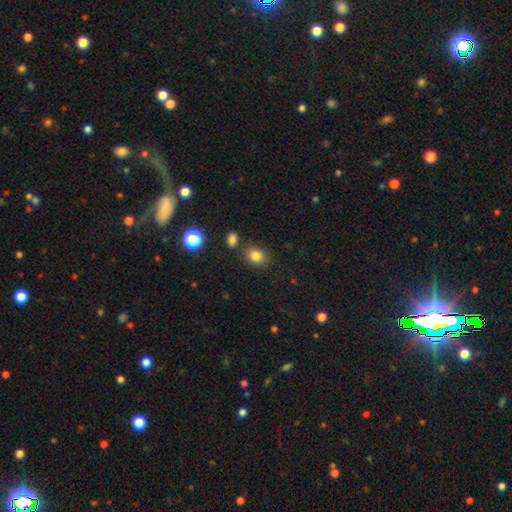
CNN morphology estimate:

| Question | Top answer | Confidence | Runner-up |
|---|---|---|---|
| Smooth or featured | smooth | 82% | star or artifact (12%) |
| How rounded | round | 51% | in between (48%) |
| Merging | none | 77% | minor disturbance (12%) |